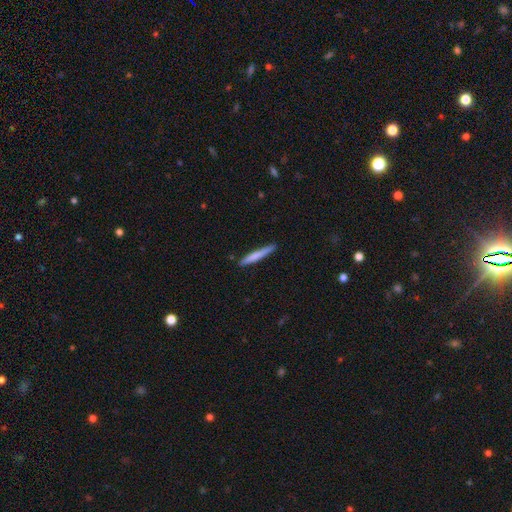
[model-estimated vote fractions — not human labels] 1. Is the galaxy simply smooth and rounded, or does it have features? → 71% smooth, 24% featured or disk, 5% star or artifact.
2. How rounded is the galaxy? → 96% cigar-shaped, 3% in between, 1% round.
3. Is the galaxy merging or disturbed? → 87% none, 10% minor disturbance, 2% major disturbance, 2% merger.